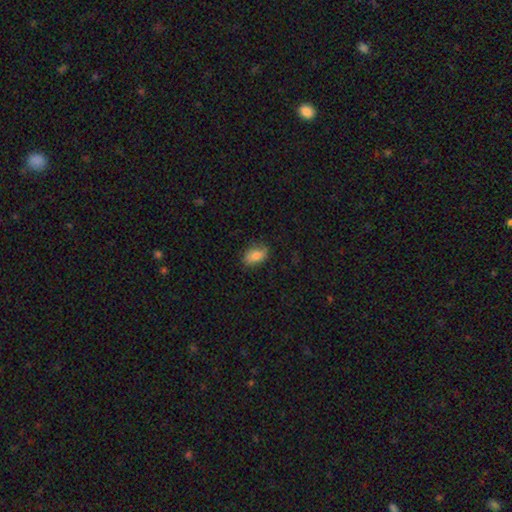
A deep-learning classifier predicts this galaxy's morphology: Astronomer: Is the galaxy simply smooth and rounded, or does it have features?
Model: smooth — 82%.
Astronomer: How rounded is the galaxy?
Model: in between — 88%.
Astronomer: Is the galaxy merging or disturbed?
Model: none — 78%.